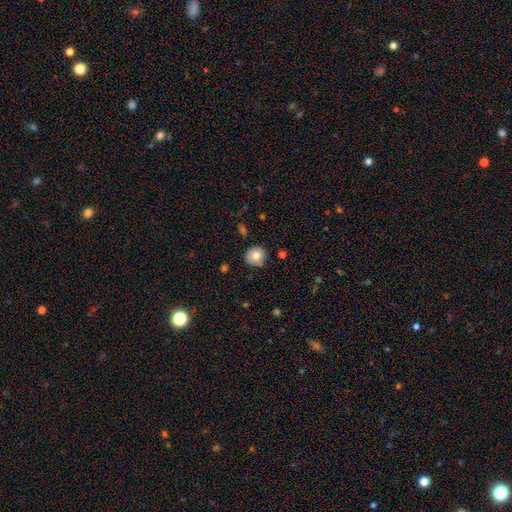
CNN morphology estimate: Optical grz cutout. It shows a smooth galaxy with no disk features (79%) that is round (89%). Merging: none (79%).